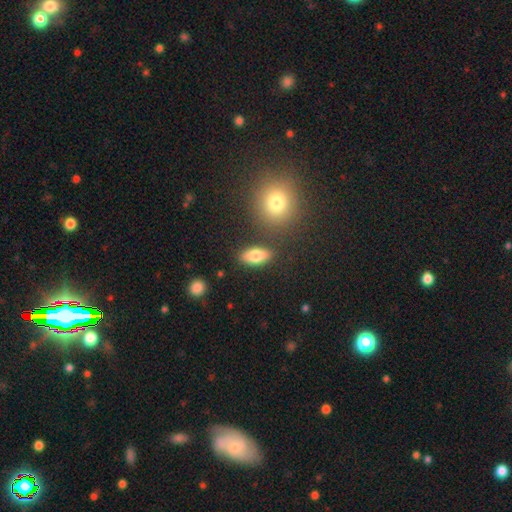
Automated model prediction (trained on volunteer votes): The model was most divided on "smooth or featured": smooth: 79%, featured or disk: 13%, star or artifact: 8%. More confident: how rounded — in between (85%); merging — none (83%).